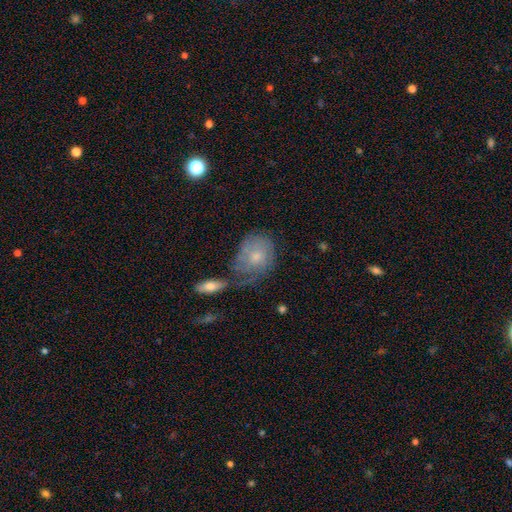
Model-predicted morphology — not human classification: Overall: smooth (53%; featured or disk 39%). How rounded: in between (54%; round 44%). Merging: none (40%; minor disturbance 28%).